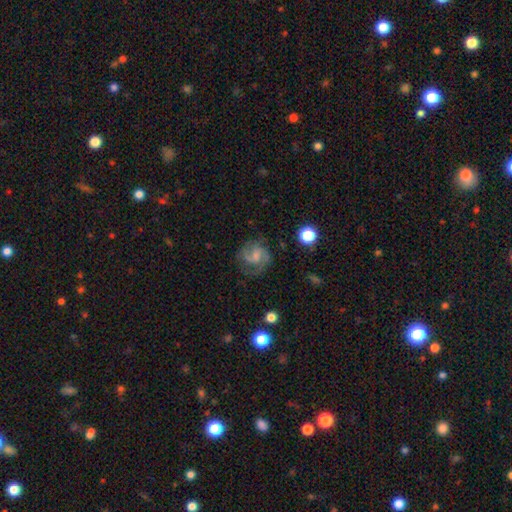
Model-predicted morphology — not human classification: type=featured or disk (72%); edge-on=no (98%); bar=weak (49%); spiral arms=yes (92%); winding=medium (51%); arm count=2 (68%); bulge=small (49%); merging=none (60%).